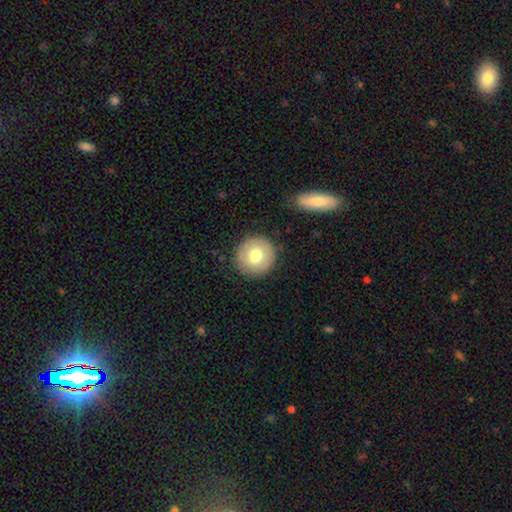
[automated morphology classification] This is likely a smooth galaxy (74%). How rounded: clearly round (94%). Merging: clearly none (89%).